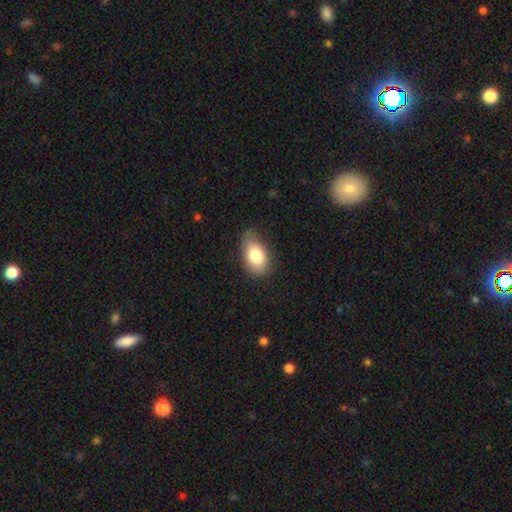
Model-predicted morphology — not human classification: smooth-or-featured: smooth: 81% | featured or disk: 12% | star or artifact: 7%
  how-rounded: in between: 90% | round: 8% | cigar-shaped: 2%
  merging: none: 66% | minor disturbance: 28% | major disturbance: 5% | merger: 1%